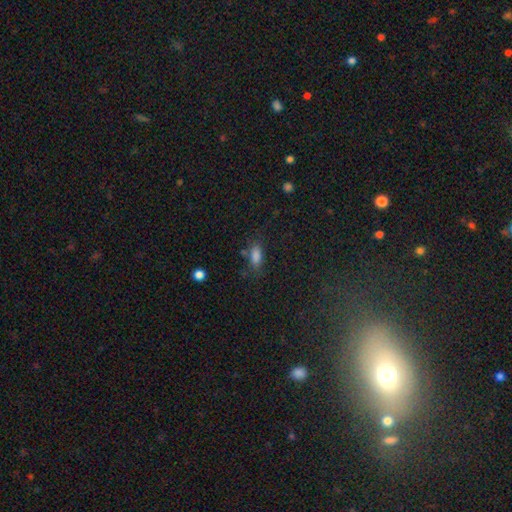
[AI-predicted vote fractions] Q: Smooth or featured?
A: smooth (81%); runner-up: star or artifact (13%)
Q: How rounded?
A: in between (80%); runner-up: cigar-shaped (15%)
Q: Merging?
A: none (69%); runner-up: minor disturbance (18%)